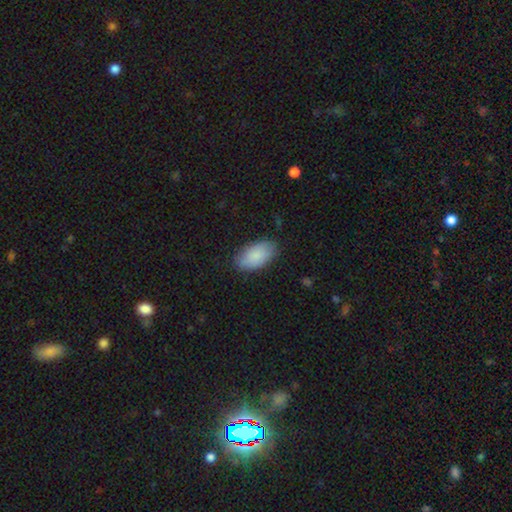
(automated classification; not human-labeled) Smooth or featured?
  - smooth: 87% *
  - featured or disk: 8%
  - star or artifact: 6%
How rounded?
  - in between: 95% *
  - round: 3%
  - cigar-shaped: 2%
Merging?
  - none: 82% *
  - minor disturbance: 14%
  - major disturbance: 3%
  - merger: 1%